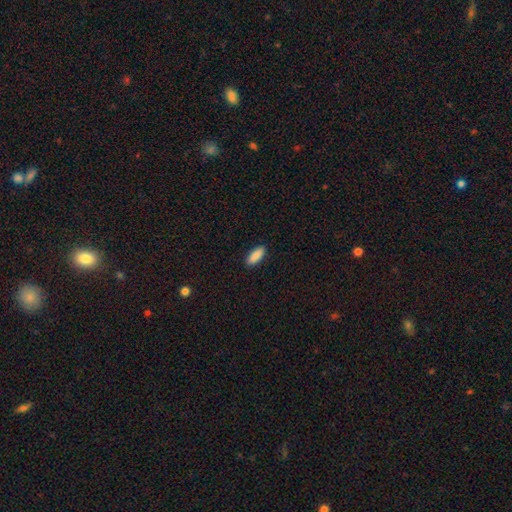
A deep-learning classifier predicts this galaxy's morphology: This is clearly a smooth galaxy (90%). How rounded: likely in between (73%). Merging: clearly none (90%).